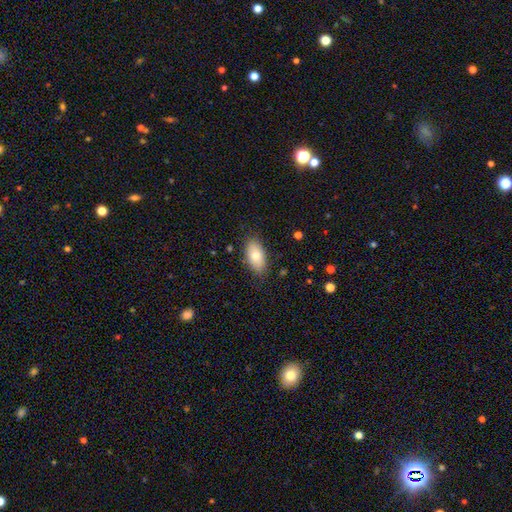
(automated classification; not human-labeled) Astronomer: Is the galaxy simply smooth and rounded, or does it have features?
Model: smooth — 79%.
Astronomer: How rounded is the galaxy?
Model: in between — 93%.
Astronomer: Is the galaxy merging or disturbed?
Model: none — 83%.